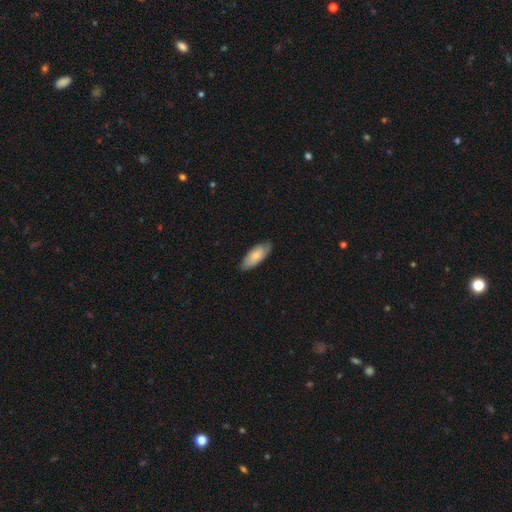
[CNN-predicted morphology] Q: Smooth or featured?
A: smooth (76%); runner-up: featured or disk (18%)
Q: How rounded?
A: in between (81%); runner-up: cigar-shaped (17%)
Q: Merging?
A: none (82%); runner-up: minor disturbance (15%)